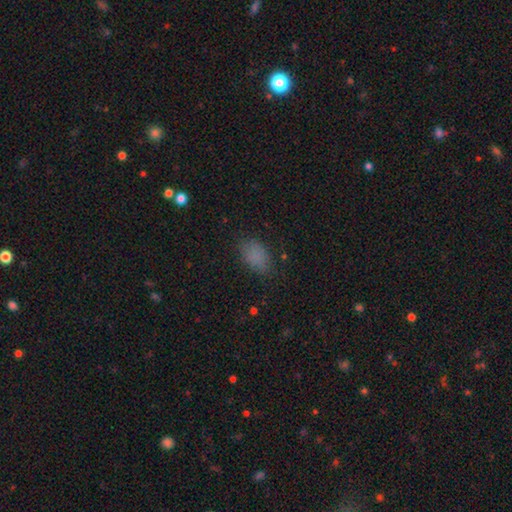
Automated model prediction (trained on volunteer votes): This appears to be a smooth galaxy with no disk features (82%) that is in between round and cigar-shaped (87%). Merging: none (78%).